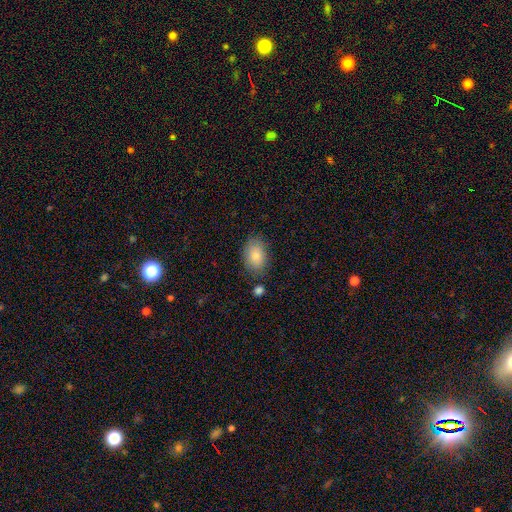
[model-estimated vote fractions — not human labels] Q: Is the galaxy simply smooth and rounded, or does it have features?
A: smooth — 85%.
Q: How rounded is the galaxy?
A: in between — 87%.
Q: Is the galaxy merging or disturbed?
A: none — 77%.